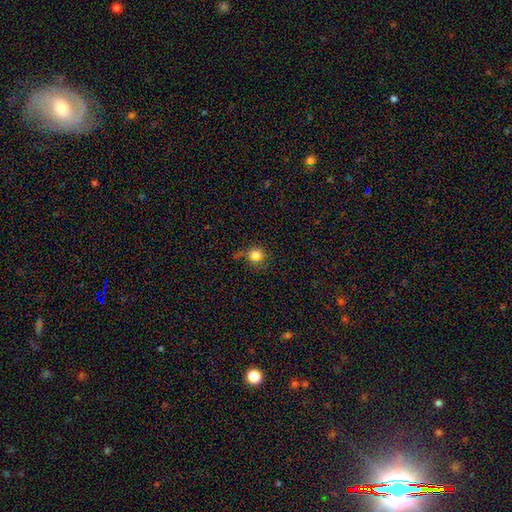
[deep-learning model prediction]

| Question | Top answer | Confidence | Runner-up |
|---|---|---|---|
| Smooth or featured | smooth | 82% | star or artifact (12%) |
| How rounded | round | 89% | in between (10%) |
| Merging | none | 67% | minor disturbance (20%) |